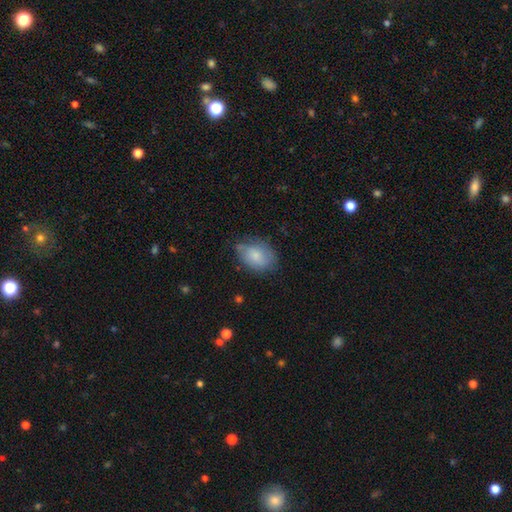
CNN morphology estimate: The model was most divided on "merging": none: 60%, minor disturbance: 29%, major disturbance: 8%, merger: 2%. More confident: how rounded — in between (79%); smooth or featured — smooth (74%).